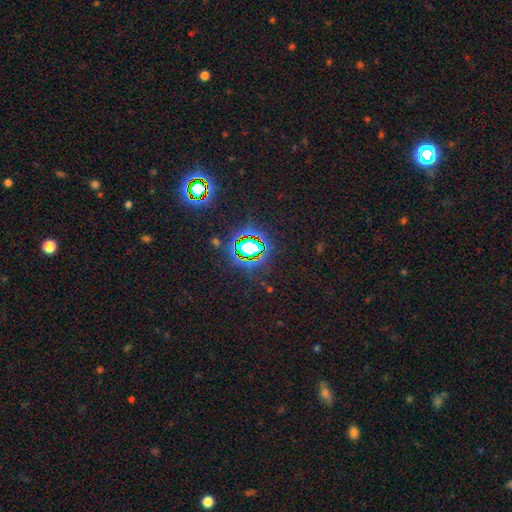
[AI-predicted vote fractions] smooth_or_featured: star or artifact (p=0.80) [alt: smooth p=0.12]